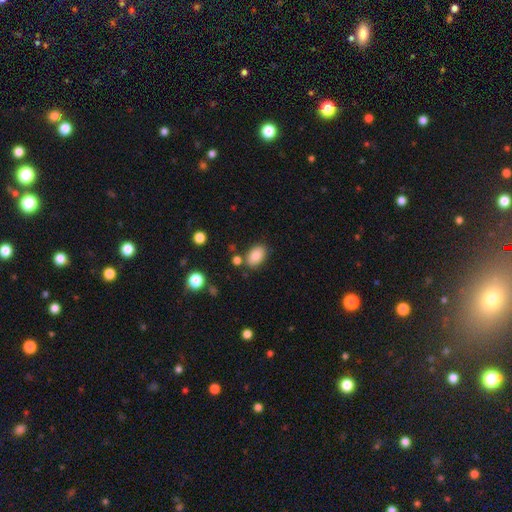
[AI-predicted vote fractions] Smooth or featured: smooth — 84% (star or artifact — 8%)
How rounded: in between — 89% (round — 10%)
Merging: none — 79% (minor disturbance — 12%)